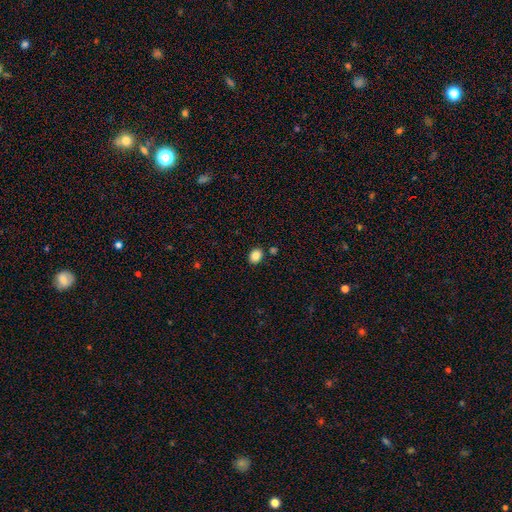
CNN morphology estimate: smooth-or-featured: smooth: 85% | star or artifact: 10% | featured or disk: 6%
  how-rounded: in between: 57% | round: 43% | cigar-shaped: 1%
  merging: none: 85% | minor disturbance: 9% | merger: 4% | major disturbance: 2%